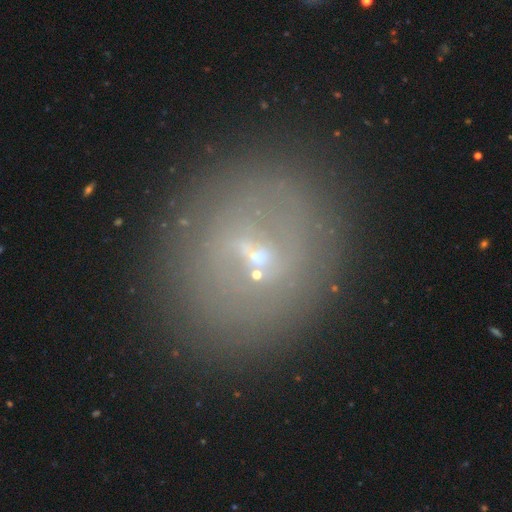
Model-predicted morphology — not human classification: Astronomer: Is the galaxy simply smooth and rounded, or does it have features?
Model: featured or disk — 46% (runner-up: smooth, 37%).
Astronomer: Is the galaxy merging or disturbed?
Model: none — 80%.